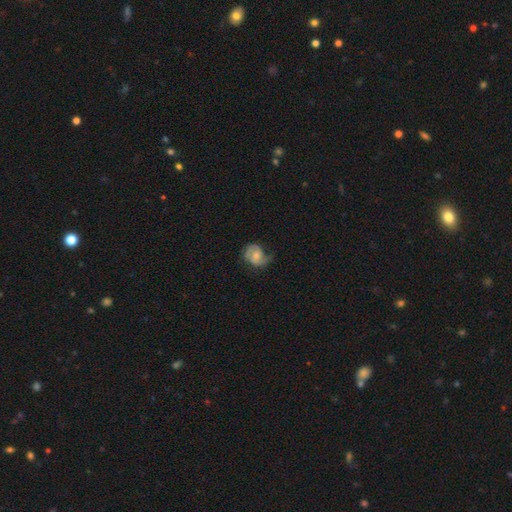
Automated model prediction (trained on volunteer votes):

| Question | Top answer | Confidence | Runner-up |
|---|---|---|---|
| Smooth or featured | featured or disk | 58% | smooth (35%) |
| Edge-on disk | no | 97% | yes (3%) |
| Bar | no | 64% | weak (31%) |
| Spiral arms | yes | 86% | no (14%) |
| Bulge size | moderate | 47% | small (37%) |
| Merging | none | 47% | minor disturbance (30%) |